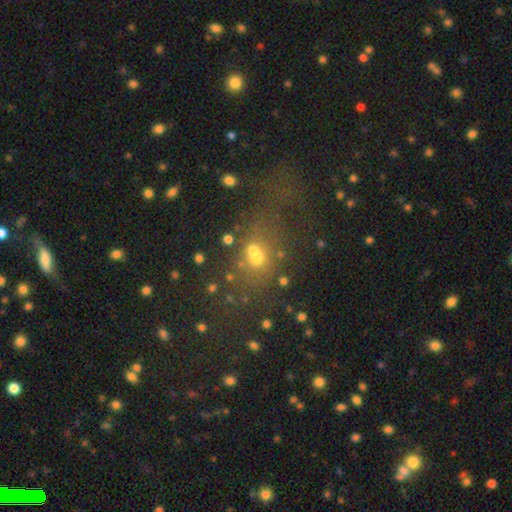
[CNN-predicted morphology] Smooth or featured?
  - smooth: 46% *
  - star or artifact: 34%
  - featured or disk: 20%
Merging?
  - none: 49% *
  - minor disturbance: 17%
  - major disturbance: 17%
  - merger: 17%